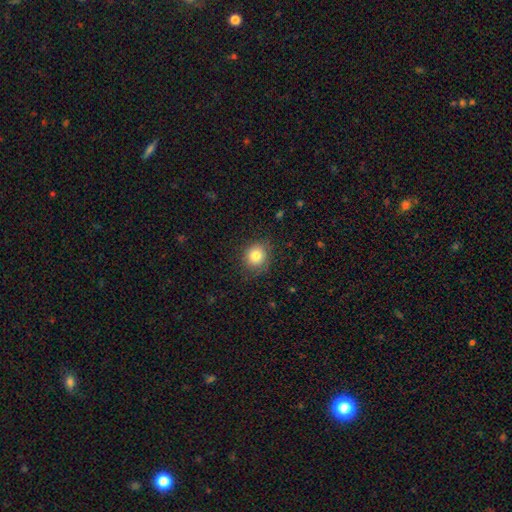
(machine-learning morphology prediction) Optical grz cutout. It shows a smooth galaxy with no disk features (82%) that is round (83%). Merging: none (83%).